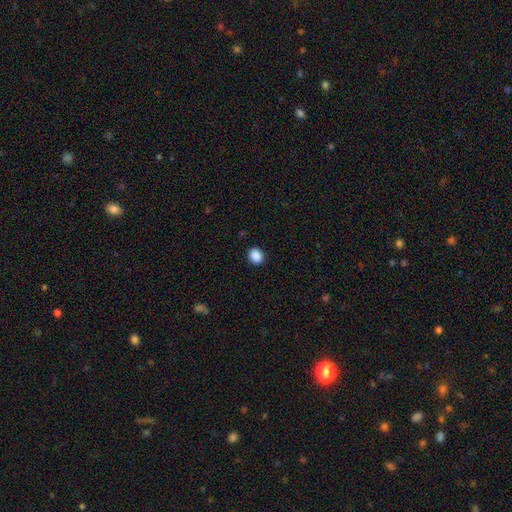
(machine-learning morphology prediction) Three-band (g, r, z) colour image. It shows a smooth galaxy with no disk features (89%) that is round (51%). Merging: none (90%).